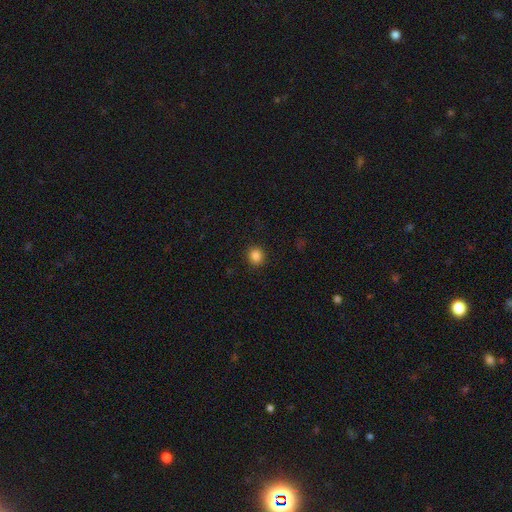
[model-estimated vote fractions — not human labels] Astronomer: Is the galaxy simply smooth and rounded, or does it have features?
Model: smooth — 85%.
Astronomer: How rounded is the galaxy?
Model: round — 88%.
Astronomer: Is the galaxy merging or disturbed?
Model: none — 92%.